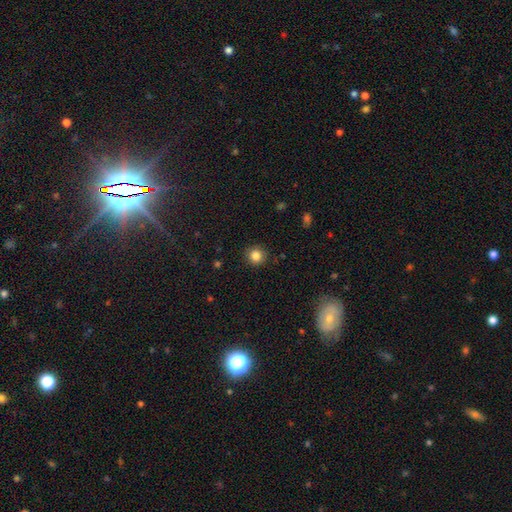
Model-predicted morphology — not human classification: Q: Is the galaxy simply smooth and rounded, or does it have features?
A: smooth — 84%.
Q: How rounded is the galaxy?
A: round — 92%.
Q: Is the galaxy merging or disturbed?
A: none — 90%.